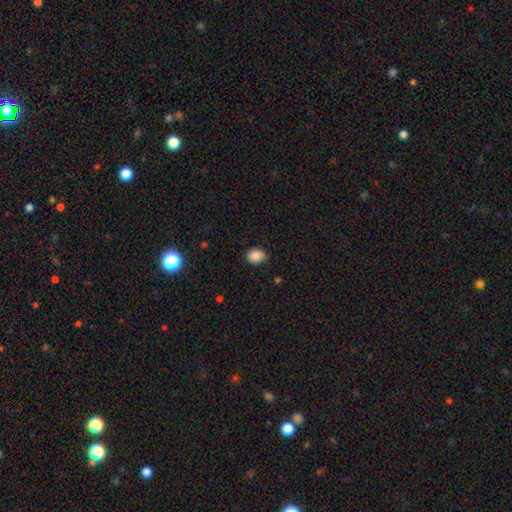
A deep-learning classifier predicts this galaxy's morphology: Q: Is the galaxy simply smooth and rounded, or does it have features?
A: smooth — 84%.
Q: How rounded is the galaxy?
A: round — 63%.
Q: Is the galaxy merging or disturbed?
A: none — 72%.